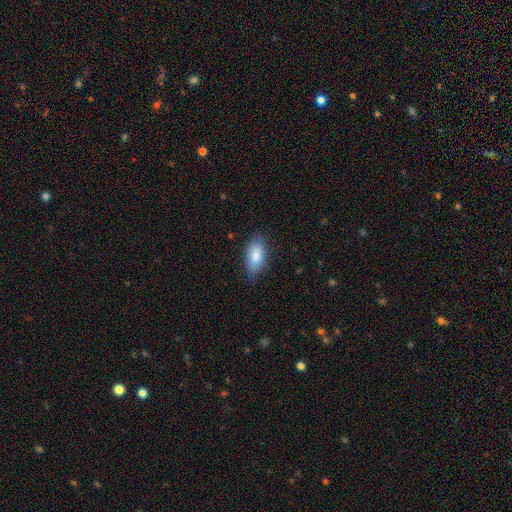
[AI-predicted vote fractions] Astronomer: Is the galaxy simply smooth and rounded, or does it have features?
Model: smooth — 84%.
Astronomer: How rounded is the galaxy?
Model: in between — 89%.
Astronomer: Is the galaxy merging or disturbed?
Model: none — 79%.